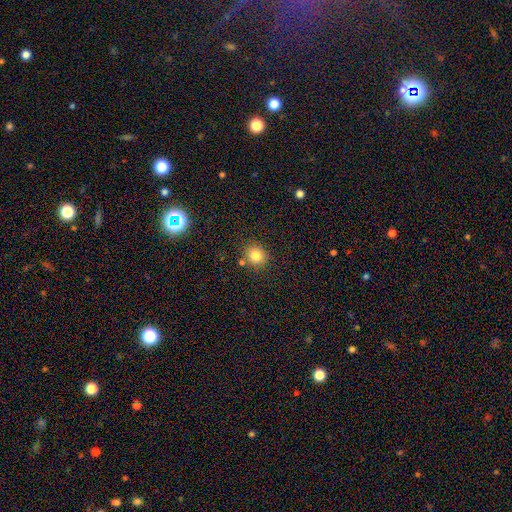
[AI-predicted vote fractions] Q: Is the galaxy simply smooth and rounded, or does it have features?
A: smooth — 82%.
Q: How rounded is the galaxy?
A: round — 85%.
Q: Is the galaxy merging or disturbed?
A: none — 80%.